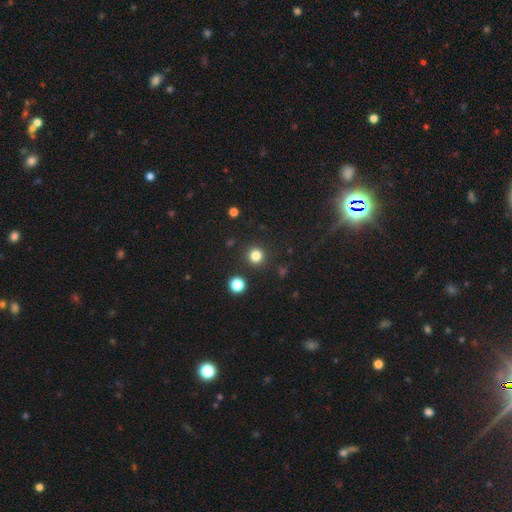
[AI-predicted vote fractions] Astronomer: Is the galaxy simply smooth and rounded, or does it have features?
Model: smooth — 81%.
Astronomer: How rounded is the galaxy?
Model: round — 94%.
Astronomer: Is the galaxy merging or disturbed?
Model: none — 90%.